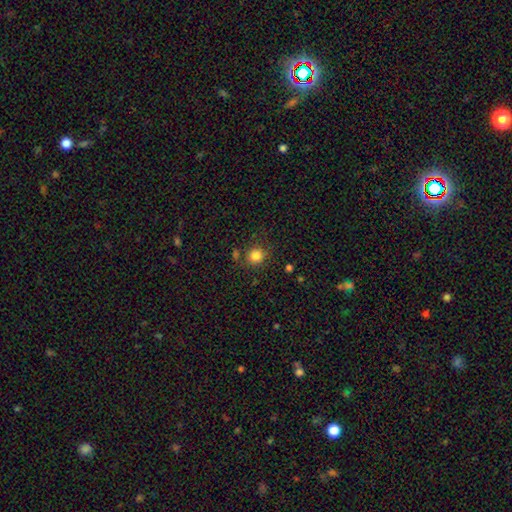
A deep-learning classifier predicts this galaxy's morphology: smooth_or_featured: smooth (p=0.83) [alt: star or artifact p=0.12]
how_rounded: round (p=0.88) [alt: in between p=0.11]
merging: none (p=0.79) [alt: minor disturbance p=0.11]